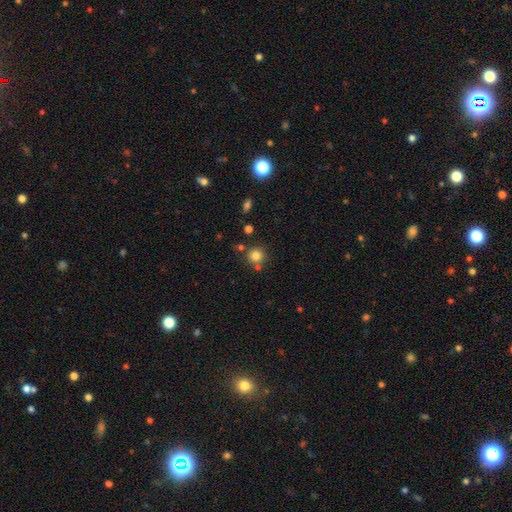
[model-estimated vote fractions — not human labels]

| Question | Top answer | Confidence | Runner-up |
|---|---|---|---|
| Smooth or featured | smooth | 81% | star or artifact (13%) |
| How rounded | round | 92% | in between (7%) |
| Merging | none | 74% | merger (13%) |